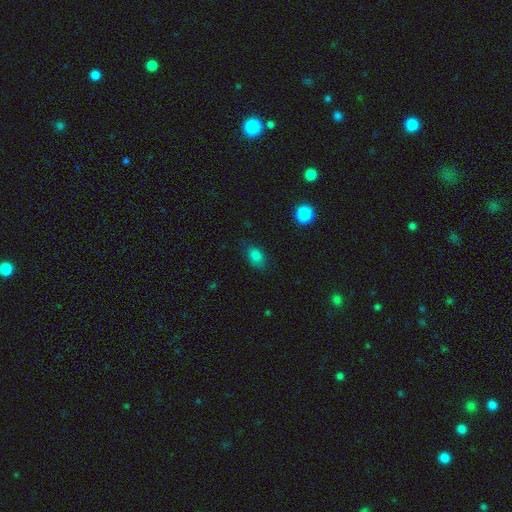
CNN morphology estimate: type=smooth (81%); roundness=in between (83%); merging=none (75%).